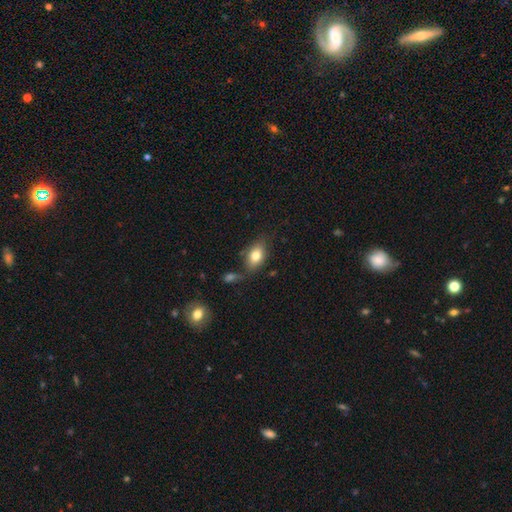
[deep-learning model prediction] Smooth or featured? Predicted: smooth (p=0.79). How rounded? Predicted: in between (p=0.87). Merging? Predicted: none (p=0.68).